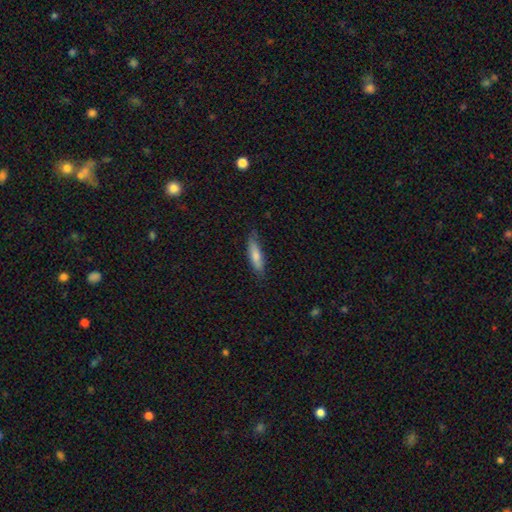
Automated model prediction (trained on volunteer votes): Smooth or featured: smooth — 77% (featured or disk — 17%)
How rounded: cigar-shaped — 66% (in between — 33%)
Merging: none — 78% (minor disturbance — 18%)